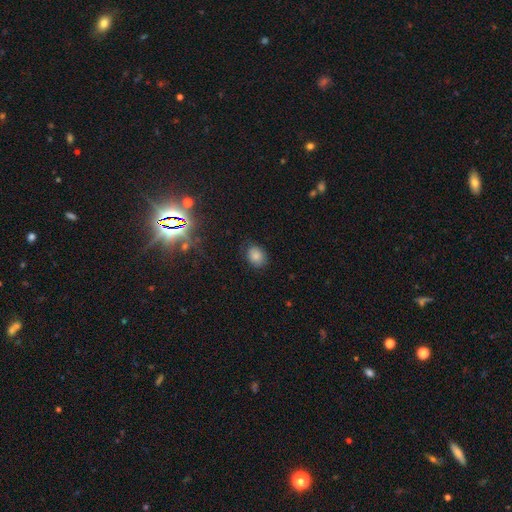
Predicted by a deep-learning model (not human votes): smooth 80%, star or artifact 13%, featured or disk 7%. Down the decision tree: how rounded — in between (58%); merging — none (79%).